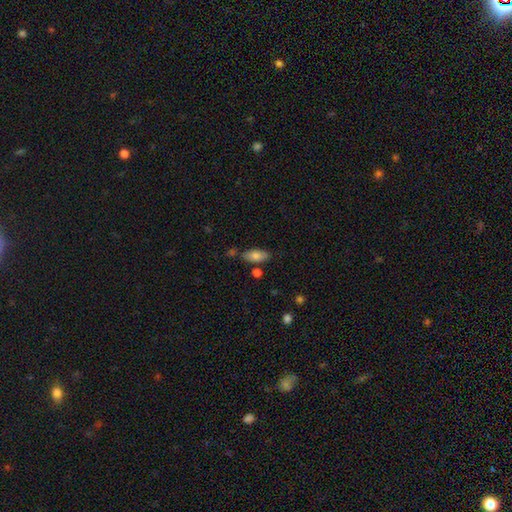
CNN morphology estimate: type=smooth (78%); roundness=in between (86%); merging=none (75%).